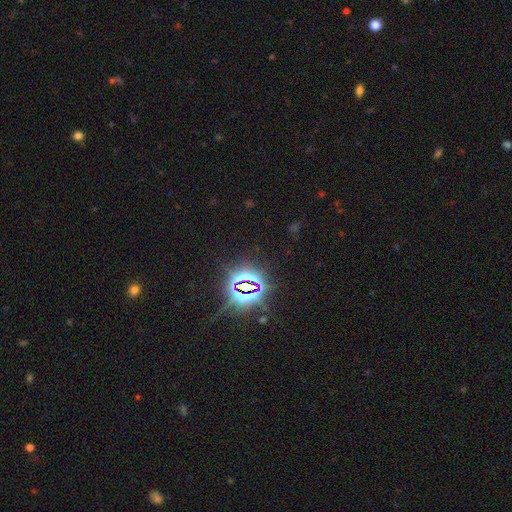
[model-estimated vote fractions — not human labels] Q: Smooth or featured?
A: star or artifact (82%); runner-up: smooth (11%)